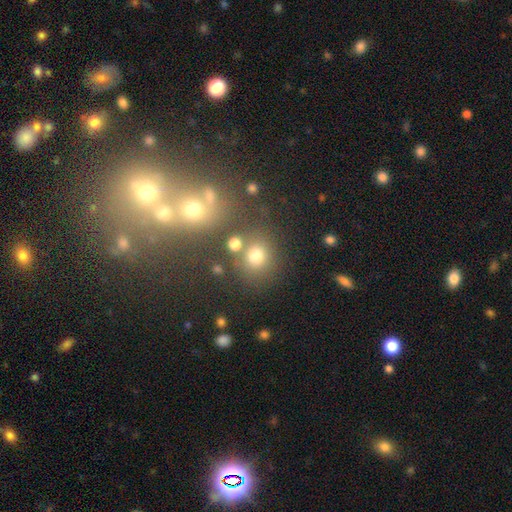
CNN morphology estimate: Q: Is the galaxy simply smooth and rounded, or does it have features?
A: smooth — 73%.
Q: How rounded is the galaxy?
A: round — 84%.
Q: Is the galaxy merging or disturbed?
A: none — 66%.